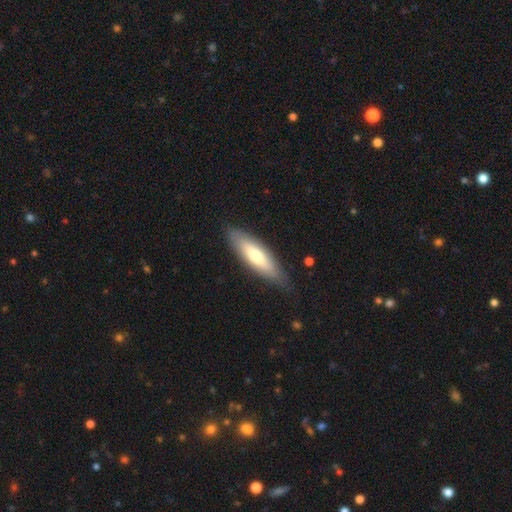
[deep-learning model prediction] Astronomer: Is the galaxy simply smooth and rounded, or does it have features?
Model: smooth — 67%.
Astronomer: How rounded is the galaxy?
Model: cigar-shaped — 57% (runner-up: in between, 42%).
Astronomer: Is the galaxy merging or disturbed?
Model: none — 84%.